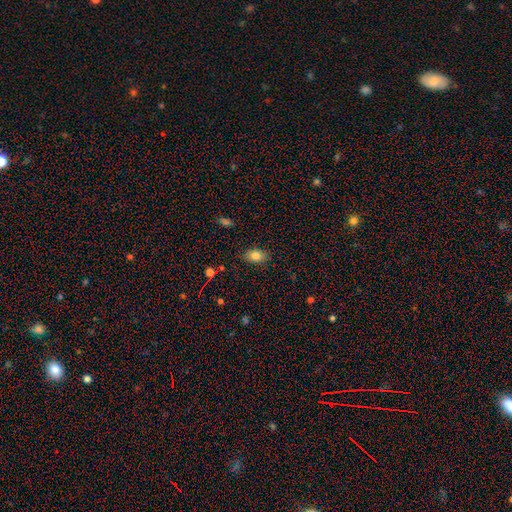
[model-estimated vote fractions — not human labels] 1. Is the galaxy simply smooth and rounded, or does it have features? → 81% smooth, 10% star or artifact, 9% featured or disk.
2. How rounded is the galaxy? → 83% in between, 15% round, 2% cigar-shaped.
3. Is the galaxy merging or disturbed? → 86% none, 11% minor disturbance, 2% major disturbance, 1% merger.